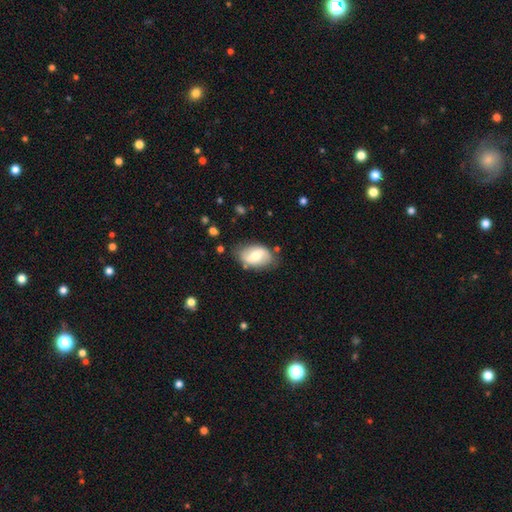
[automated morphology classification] The model was most divided on "smooth or featured": smooth: 48%, featured or disk: 46%, star or artifact: 6%. More confident: merging — none (74%).